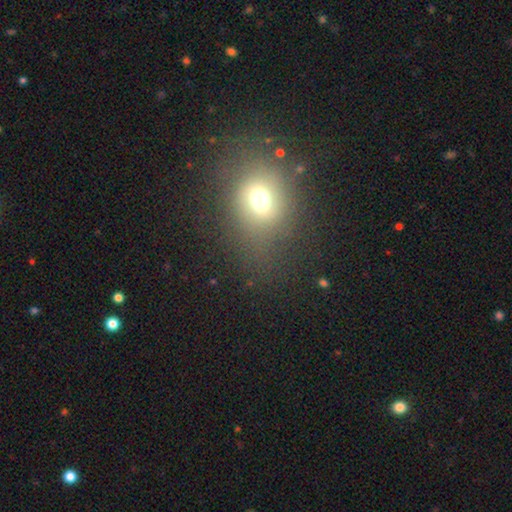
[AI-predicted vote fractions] Smooth or featured? Predicted: smooth (p=0.60). How rounded? Predicted: round (p=0.55). Merging? Predicted: none (p=0.78).